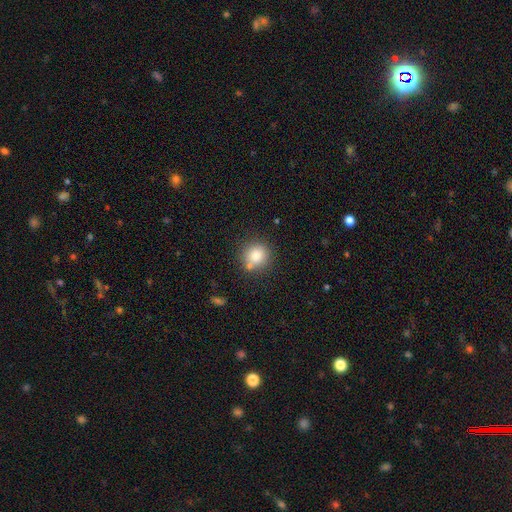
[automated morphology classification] Smooth or featured? Predicted: smooth (p=0.81). How rounded? Predicted: round (p=0.90). Merging? Predicted: none (p=0.71).